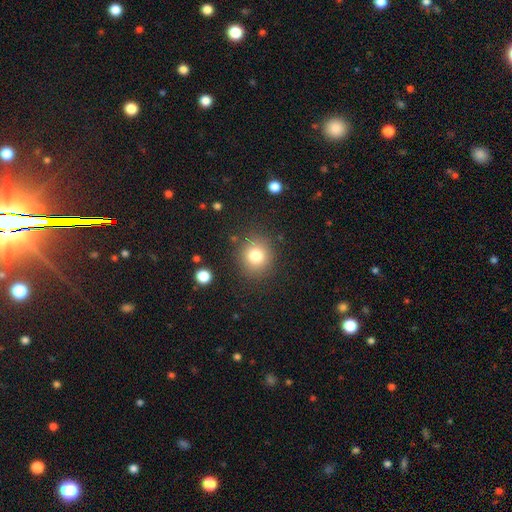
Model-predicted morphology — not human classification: The model was most divided on "smooth or featured": smooth: 79%, star or artifact: 12%, featured or disk: 9%. More confident: how rounded — round (87%); merging — none (86%).